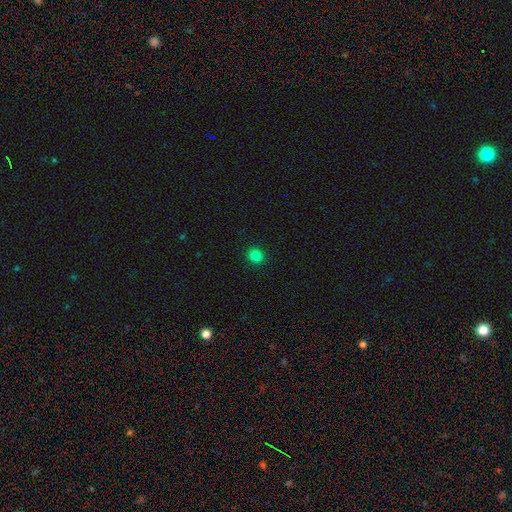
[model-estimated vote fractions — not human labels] Morphology: type=smooth (82%); roundness=round (89%); merging=none (93%).